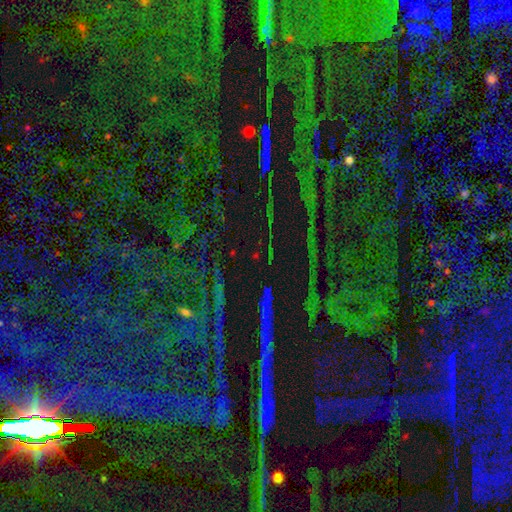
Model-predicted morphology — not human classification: A star or artifact, not a galaxy (71%).

Vote fractions:
- Smooth or featured? star or artifact: 71% / smooth: 16% / featured or disk: 14%